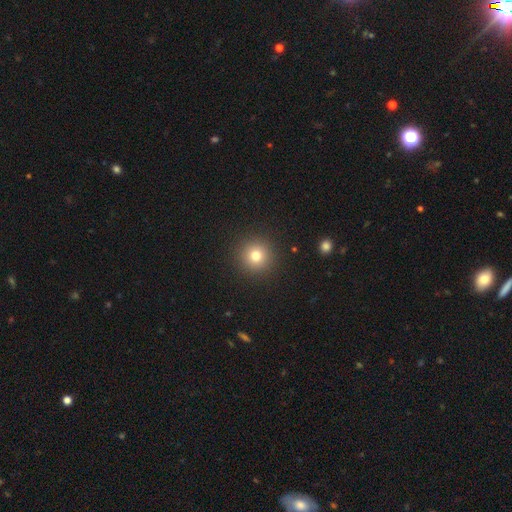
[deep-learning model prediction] Smooth or featured? Predicted: smooth (p=0.78). How rounded? Predicted: round (p=0.95). Merging? Predicted: none (p=0.92).